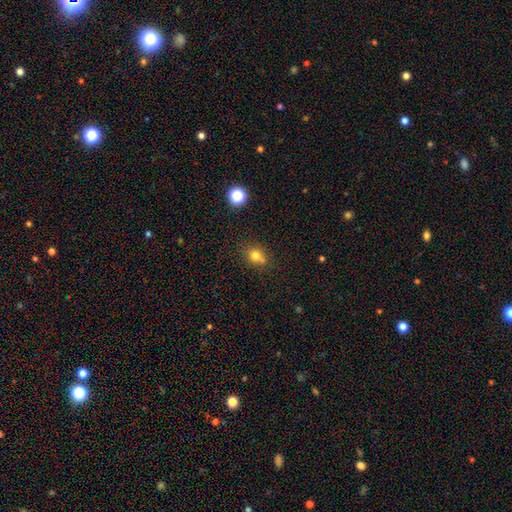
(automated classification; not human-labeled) Smooth or featured? smooth (76%)
How rounded? round (71%)
Merging? none (62%)